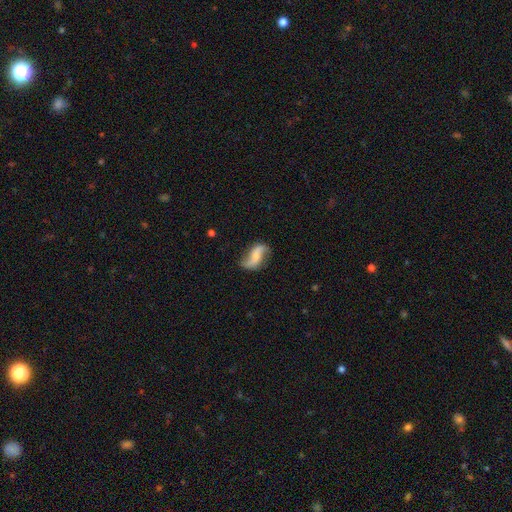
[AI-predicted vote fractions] Smooth or featured? Predicted: featured or disk (p=0.73). Edge-on disk? Predicted: no (p=0.95). Bar? Predicted: no (p=0.48). Spiral arms? Predicted: yes (p=0.93). Spiral winding? Predicted: loose (p=0.84). Spiral arm count? Predicted: 2 (p=0.92). Bulge size? Predicted: small (p=0.42). Merging? Predicted: none (p=0.69).